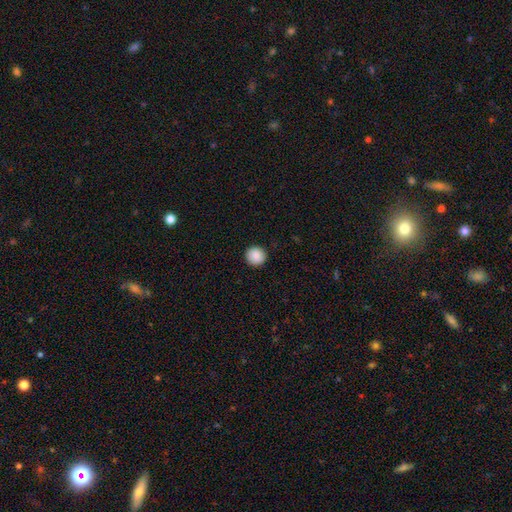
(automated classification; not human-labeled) This appears to be a smooth galaxy with no disk features (89%) that is round (94%). Merging: none (93%).